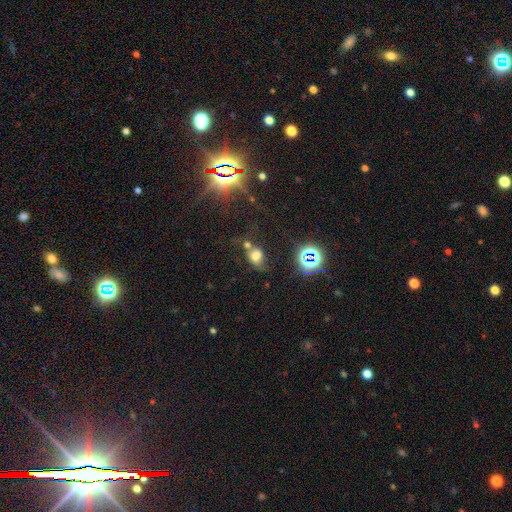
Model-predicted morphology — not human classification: A smooth galaxy with no disk features (57%) that is in between round and cigar-shaped (65%). Merging: none (40%).